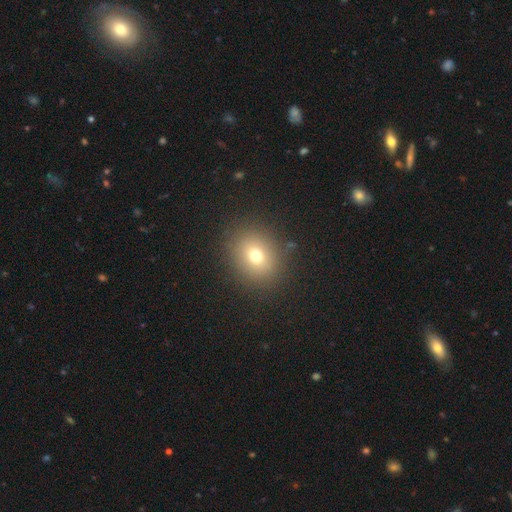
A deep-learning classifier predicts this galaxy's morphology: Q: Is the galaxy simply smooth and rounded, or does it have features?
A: smooth — 73%.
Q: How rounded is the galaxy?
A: round — 64%.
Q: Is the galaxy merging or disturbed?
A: none — 88%.